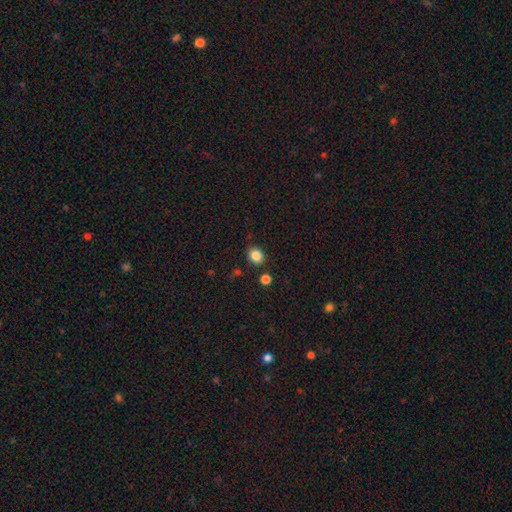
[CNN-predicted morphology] A smooth galaxy with no disk features (85%) that is round (56%).

Vote fractions:
- Smooth or featured? smooth: 85% / star or artifact: 10% / featured or disk: 4%
- How rounded? round: 56% / in between: 43% / cigar-shaped: 1%
- Merging? none: 84% / minor disturbance: 10% / merger: 4% / major disturbance: 3%